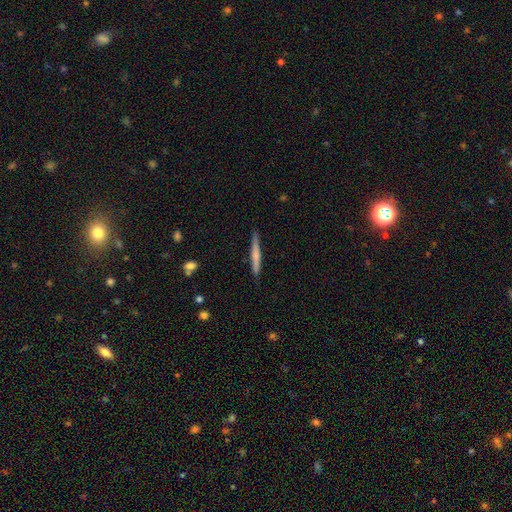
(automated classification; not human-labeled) Smooth or featured?
  - smooth: 58% *
  - featured or disk: 37%
  - star or artifact: 6%
How rounded?
  - cigar-shaped: 96% *
  - in between: 3%
  - round: 1%
Merging?
  - none: 88% *
  - minor disturbance: 9%
  - major disturbance: 2%
  - merger: 1%